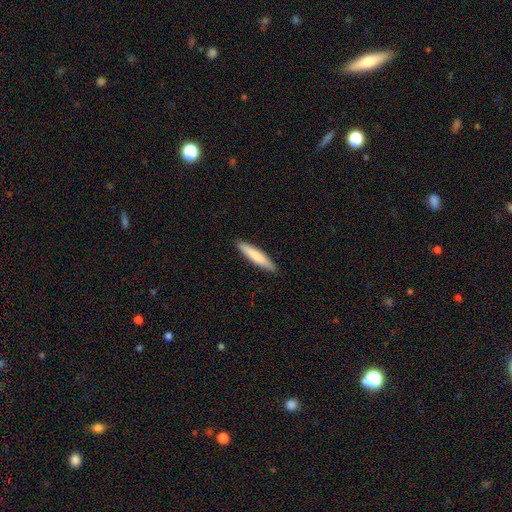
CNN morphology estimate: This appears to be a smooth galaxy with no disk features (75%) that is cigar-shaped (90%). Merging: none (91%).